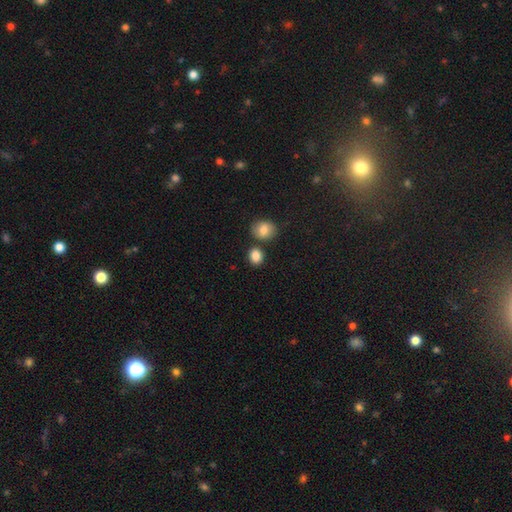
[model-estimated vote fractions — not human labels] The model was most divided on "how rounded": round: 59%, in between: 40%, cigar-shaped: 1%. More confident: smooth or featured — smooth (85%); merging — none (73%).